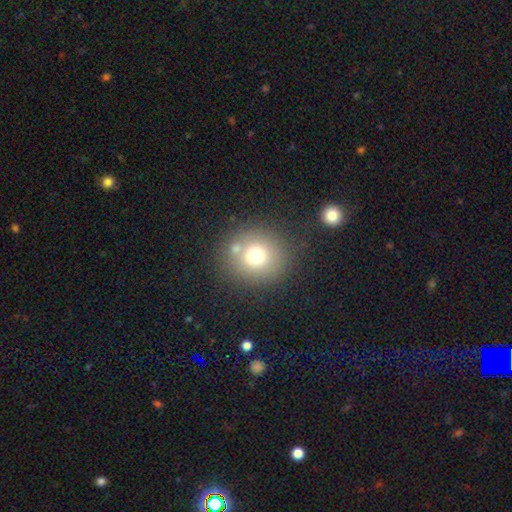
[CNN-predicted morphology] Smooth or featured? Predicted: smooth (p=0.72). How rounded? Predicted: round (p=0.88). Merging? Predicted: none (p=0.73).